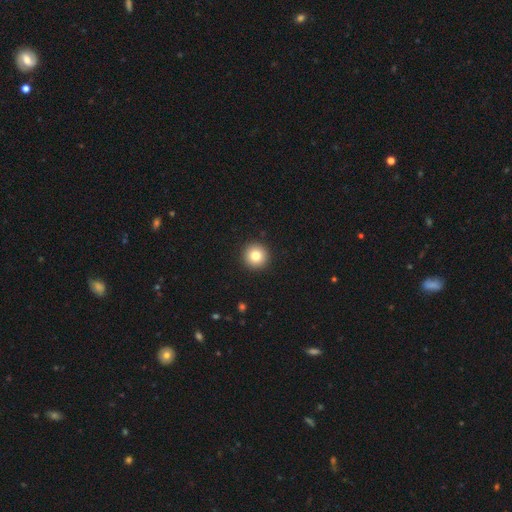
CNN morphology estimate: smooth-or-featured: smooth: 80% | star or artifact: 10% | featured or disk: 9%
  how-rounded: round: 96% | in between: 3% | cigar-shaped: 1%
  merging: none: 93% | minor disturbance: 4% | major disturbance: 2% | merger: 1%